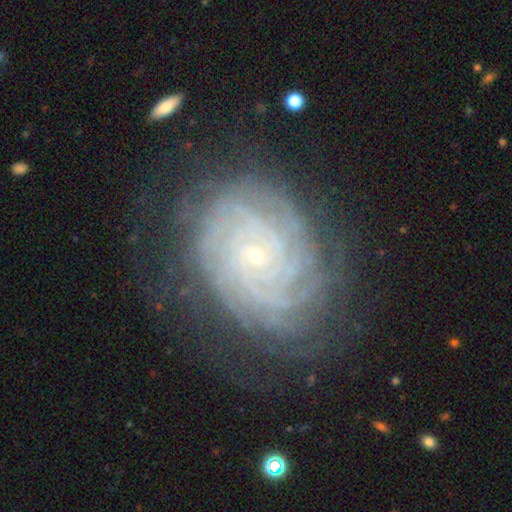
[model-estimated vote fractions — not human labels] A featured or disk galaxy (87%) with no bar (81%), more than 4 (32%) tight (85%) spiral arms (97%) and a small central bulge (86%). Merging: none (76%).